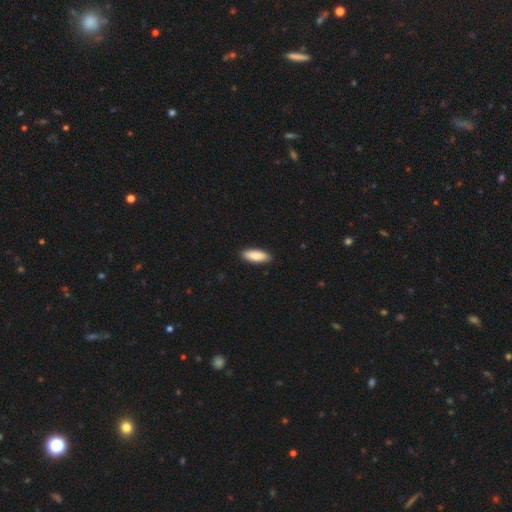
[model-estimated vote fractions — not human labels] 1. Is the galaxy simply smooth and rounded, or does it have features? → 87% smooth, 8% featured or disk, 5% star or artifact.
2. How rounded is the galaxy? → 66% in between, 32% cigar-shaped, 2% round.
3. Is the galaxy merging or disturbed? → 90% none, 8% minor disturbance, 2% major disturbance, 1% merger.